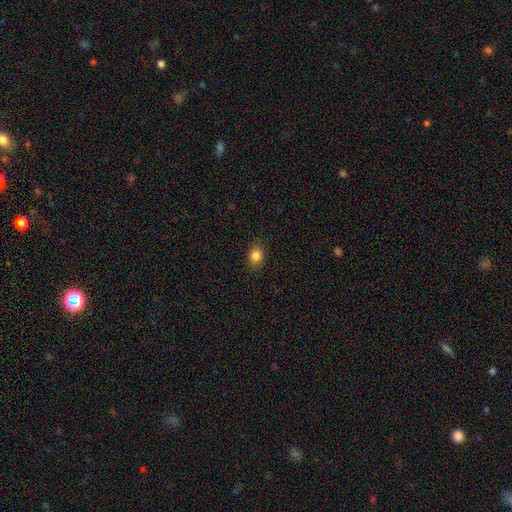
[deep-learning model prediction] Smooth or featured: smooth — 84% (star or artifact — 11%)
How rounded: round — 56% (in between — 43%)
Merging: none — 87% (minor disturbance — 10%)